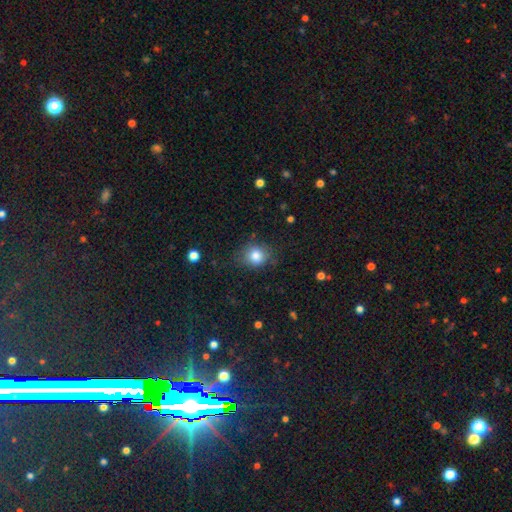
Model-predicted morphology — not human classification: smooth-or-featured: smooth: 82% | star or artifact: 10% | featured or disk: 7%
  how-rounded: round: 70% | in between: 30% | cigar-shaped: 1%
  merging: none: 73% | minor disturbance: 19% | major disturbance: 7% | merger: 2%